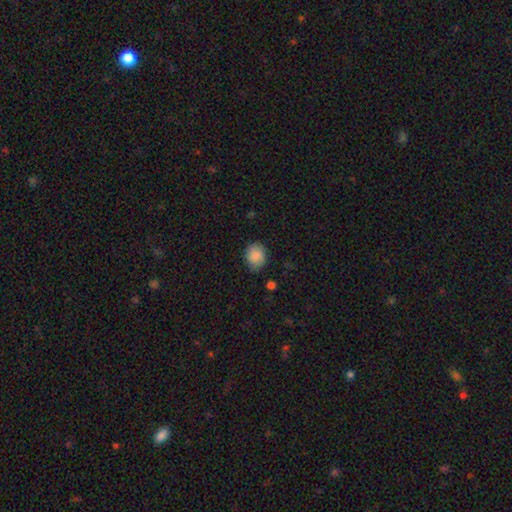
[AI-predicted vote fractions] A smooth galaxy with no disk features (86%) that is round (56%). Merging: none (77%).